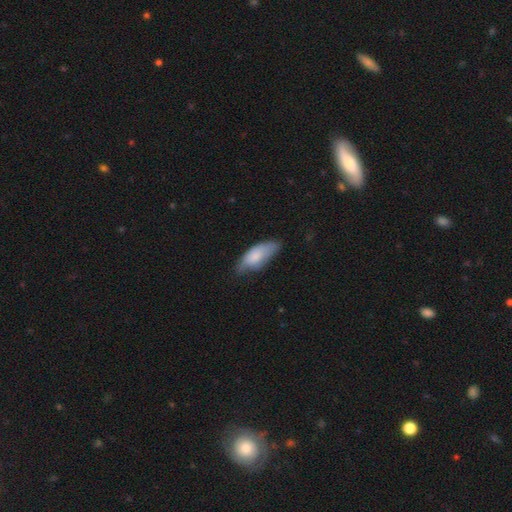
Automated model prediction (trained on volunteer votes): Q: Smooth or featured?
A: smooth (74%); runner-up: featured or disk (19%)
Q: How rounded?
A: in between (84%); runner-up: cigar-shaped (14%)
Q: Merging?
A: none (43%); runner-up: minor disturbance (42%)